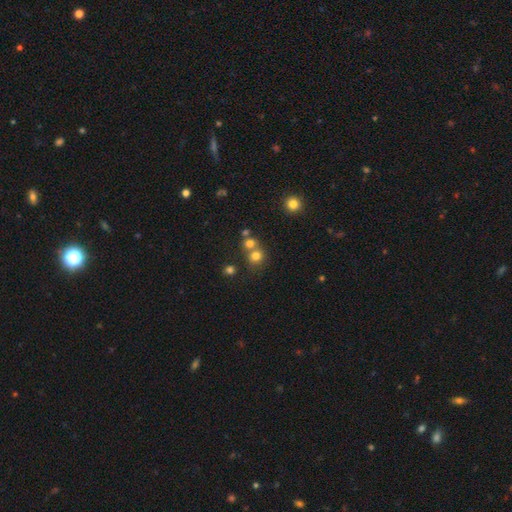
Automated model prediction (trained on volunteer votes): A smooth galaxy with no disk features (74%) that is round (84%).

Vote fractions:
- Smooth or featured? smooth: 74% / star or artifact: 16% / featured or disk: 9%
- How rounded? round: 84% / in between: 15% / cigar-shaped: 1%
- Merging? none: 50% / merger: 40% / minor disturbance: 7% / major disturbance: 3%